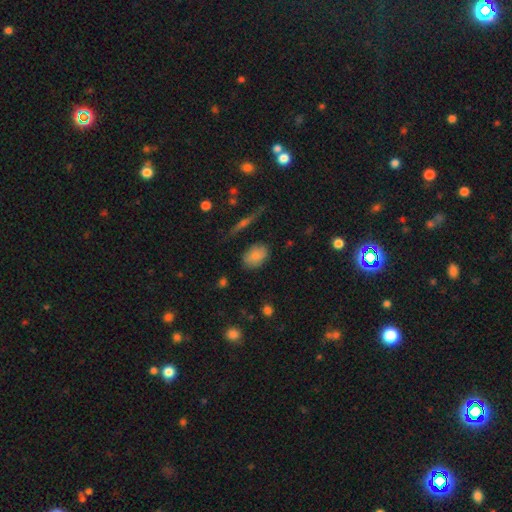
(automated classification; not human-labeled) smooth_or_featured: smooth (p=0.82) [alt: featured or disk p=0.10]
how_rounded: in between (p=0.81) [alt: round p=0.17]
merging: none (p=0.79) [alt: minor disturbance p=0.15]